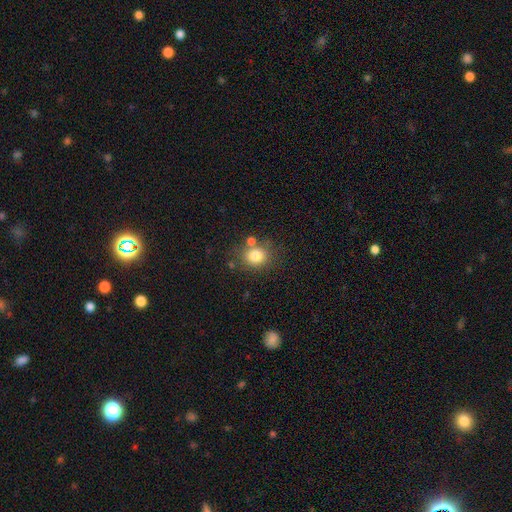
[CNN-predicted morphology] Smooth or featured: smooth — 80% (star or artifact — 11%)
How rounded: round — 71% (in between — 28%)
Merging: none — 70% (merger — 13%)